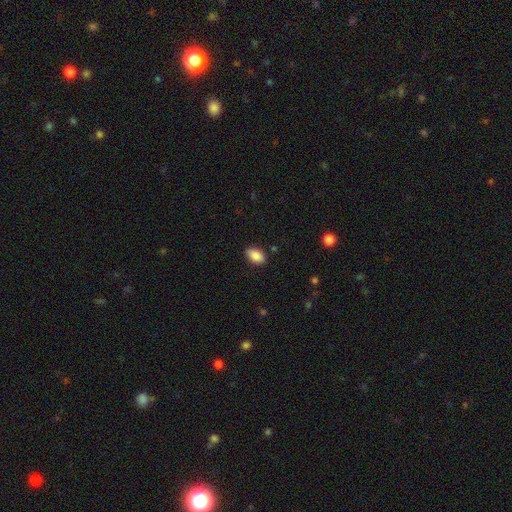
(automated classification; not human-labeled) Overall: smooth (88%). How rounded: in between (92%). Merging: none (87%).